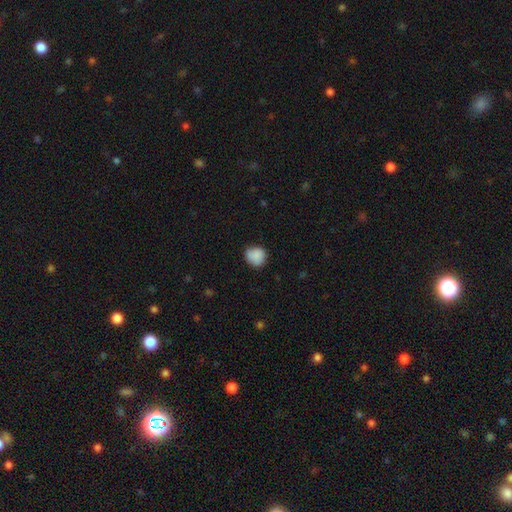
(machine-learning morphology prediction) Overall: smooth (86%). How rounded: round (81%). Merging: none (73%).